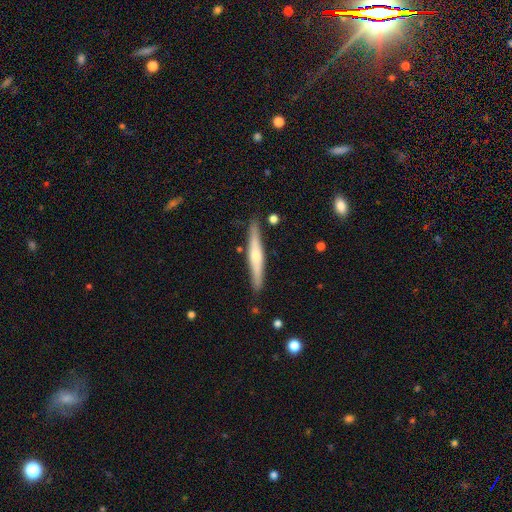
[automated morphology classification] A featured or disk galaxy (57%) viewed edge-on (96%) with a rounded central bulge (78%). Merging: none (88%).